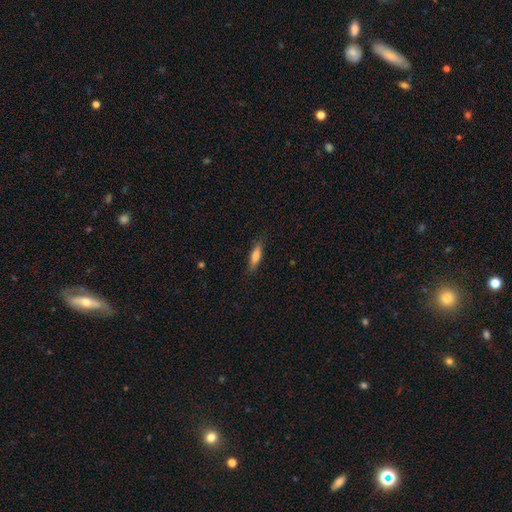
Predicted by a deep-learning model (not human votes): A smooth galaxy with no disk features (73%) that is cigar-shaped (64%).

Vote fractions:
- Smooth or featured? smooth: 73% / featured or disk: 21% / star or artifact: 6%
- How rounded? cigar-shaped: 64% / in between: 34% / round: 2%
- Merging? none: 84% / minor disturbance: 12% / major disturbance: 3% / merger: 1%